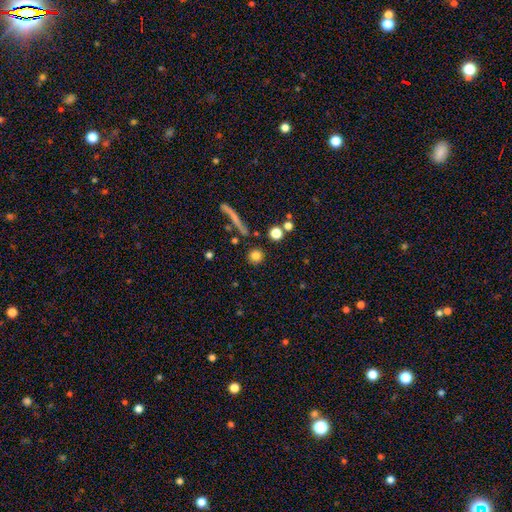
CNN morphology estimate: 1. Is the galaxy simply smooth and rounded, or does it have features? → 80% smooth, 11% star or artifact, 9% featured or disk.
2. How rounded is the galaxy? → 92% round, 5% in between, 3% cigar-shaped.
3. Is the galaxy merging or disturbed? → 85% none, 6% minor disturbance, 5% merger, 3% major disturbance.